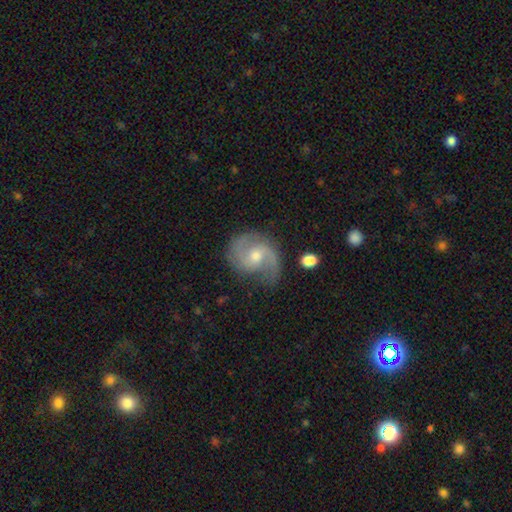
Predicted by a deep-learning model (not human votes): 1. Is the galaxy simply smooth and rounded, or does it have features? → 85% featured or disk, 10% smooth, 6% star or artifact.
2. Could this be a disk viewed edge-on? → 98% no, 2% yes.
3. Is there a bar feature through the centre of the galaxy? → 51% no, 42% weak, 7% strong.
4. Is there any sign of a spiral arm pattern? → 97% yes, 3% no.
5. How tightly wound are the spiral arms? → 53% medium, 27% loose, 20% tight.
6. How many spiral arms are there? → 85% 2, 5% 1, 5% can't tell, 3% 3, 1% 4, 1% more than 4.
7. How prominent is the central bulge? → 63% moderate, 31% small, 4% large, 2% none, 1% dominant.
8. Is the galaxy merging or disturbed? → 69% none, 21% minor disturbance, 9% major disturbance, 2% merger.